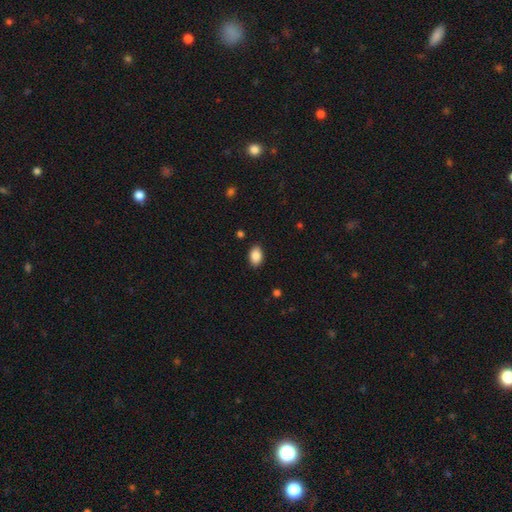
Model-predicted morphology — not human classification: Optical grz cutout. It shows a smooth galaxy with no disk features (88%) that is in between round and cigar-shaped (89%). Merging: none (88%).